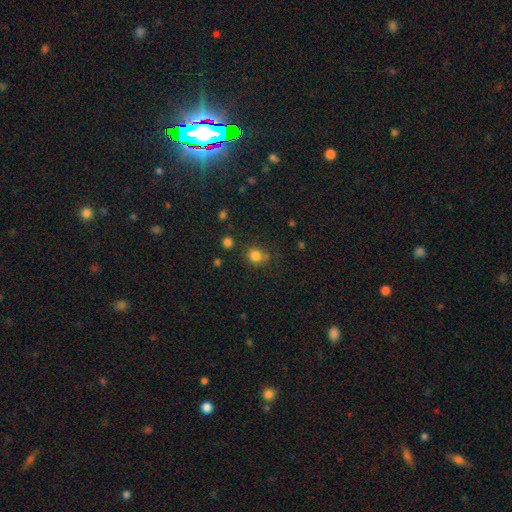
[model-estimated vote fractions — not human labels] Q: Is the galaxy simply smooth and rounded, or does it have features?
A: smooth — 81%.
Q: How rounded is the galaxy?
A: round — 81%.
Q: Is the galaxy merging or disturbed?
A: none — 68%.